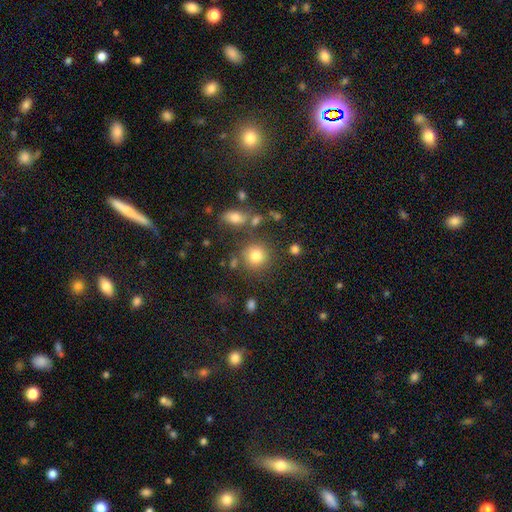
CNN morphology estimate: Smooth or featured? smooth (79%)
How rounded? round (88%)
Merging? none (75%)